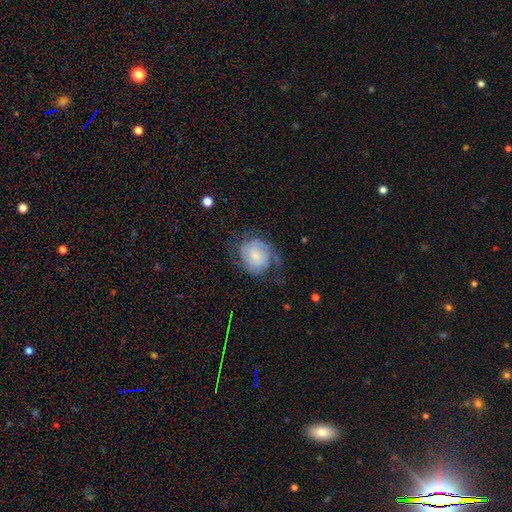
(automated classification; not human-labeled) smooth_or_featured: featured or disk (p=0.68) [alt: smooth p=0.25]
disk_edge_on: no (p=0.98) [alt: yes p=0.02]
bar: no (p=0.71) [alt: weak p=0.25]
has_spiral_arms: yes (p=0.90) [alt: no p=0.10]
spiral_winding: tight (p=0.43) [alt: medium p=0.38]
spiral_arm_count: 2 (p=0.50) [alt: can't tell p=0.23]
bulge_size: small (p=0.66) [alt: moderate p=0.21]
merging: none (p=0.53) [alt: major disturbance p=0.23]